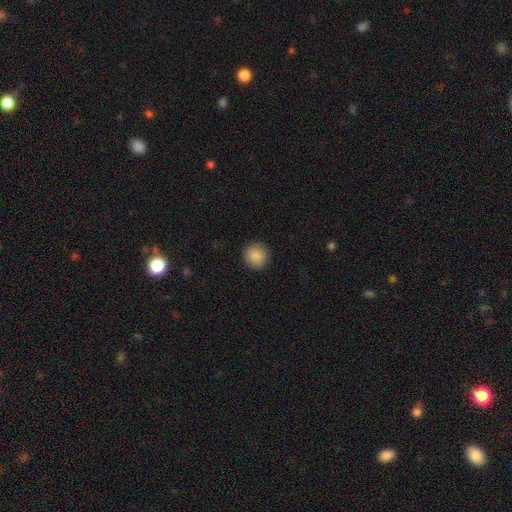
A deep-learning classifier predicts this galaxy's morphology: This appears to be a smooth galaxy with no disk features (88%) that is round (95%). Merging: none (92%).